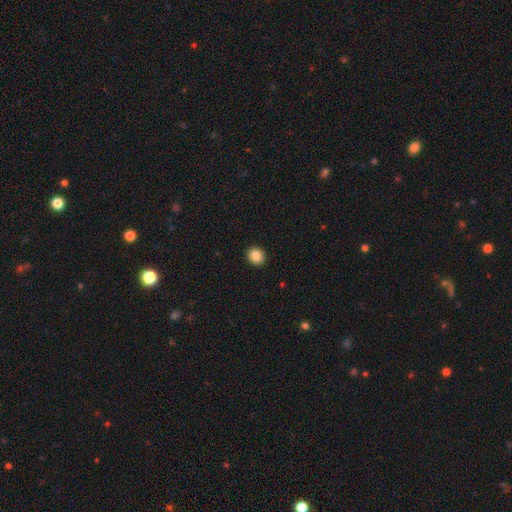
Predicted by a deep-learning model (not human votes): smooth_or_featured: smooth (p=0.87) [alt: star or artifact p=0.09]
how_rounded: round (p=0.74) [alt: in between p=0.25]
merging: none (p=0.92) [alt: minor disturbance p=0.05]